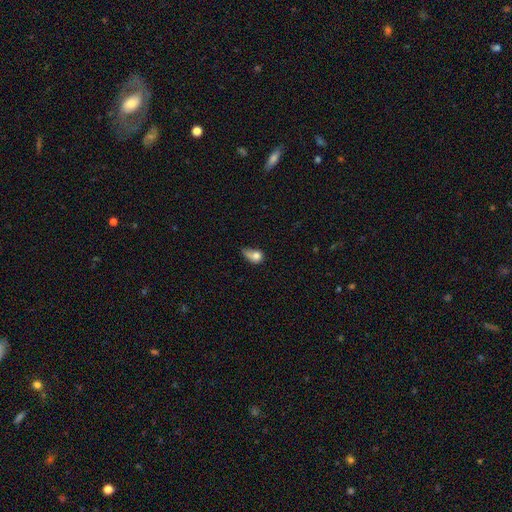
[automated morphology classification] Smooth or featured: smooth — 73% (featured or disk — 17%)
How rounded: in between — 61% (round — 36%)
Merging: major disturbance — 35% (minor disturbance — 34%)